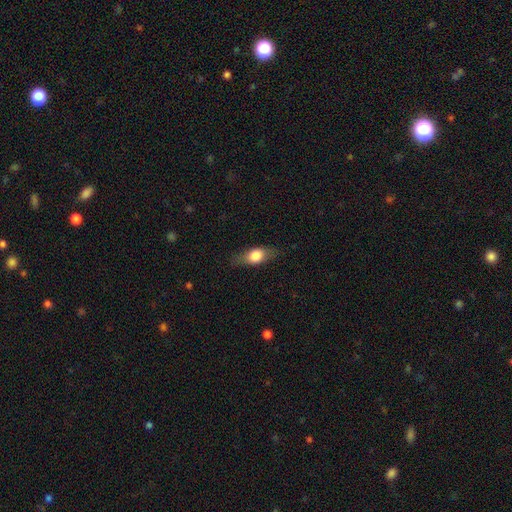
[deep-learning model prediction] A smooth galaxy with no disk features (63%) that is in between round and cigar-shaped (70%). Merging: none (78%).